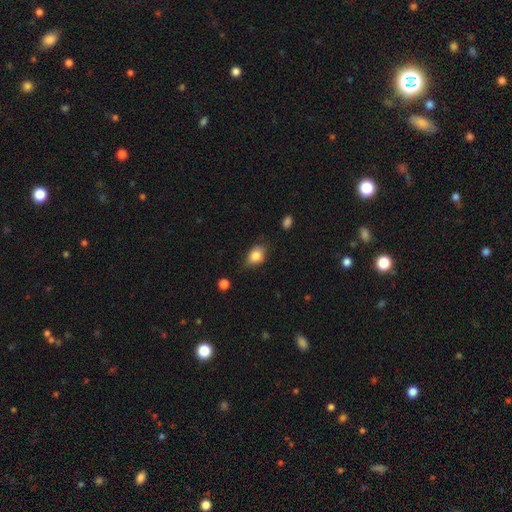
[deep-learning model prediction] Q: Smooth or featured?
A: smooth (83%); runner-up: featured or disk (9%)
Q: How rounded?
A: in between (71%); runner-up: round (28%)
Q: Merging?
A: none (67%); runner-up: minor disturbance (26%)